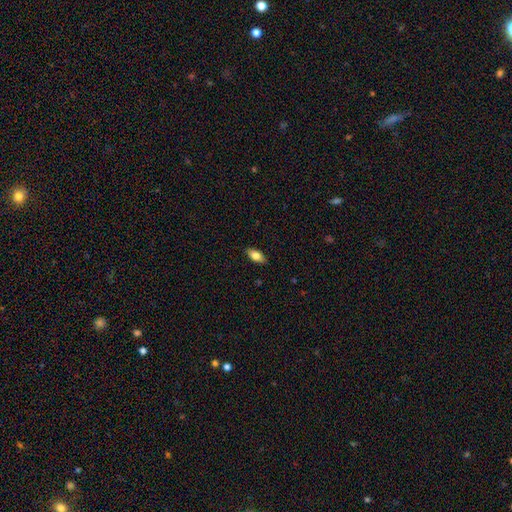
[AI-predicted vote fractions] Smooth or featured? Predicted: smooth (p=0.80). How rounded? Predicted: in between (p=0.88). Merging? Predicted: none (p=0.87).